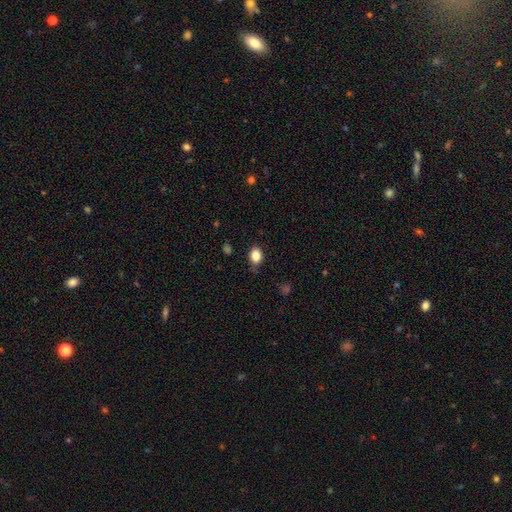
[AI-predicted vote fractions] The model was most divided on "how rounded": in between: 61%, round: 37%, cigar-shaped: 1%. More confident: smooth or featured — smooth (85%); merging — none (79%).